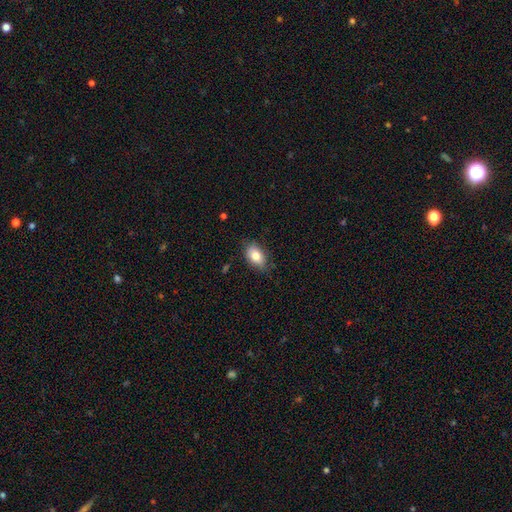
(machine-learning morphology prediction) The model was most divided on "merging": none: 77%, minor disturbance: 19%, major disturbance: 3%, merger: 1%. More confident: how rounded — in between (87%); smooth or featured — smooth (80%).